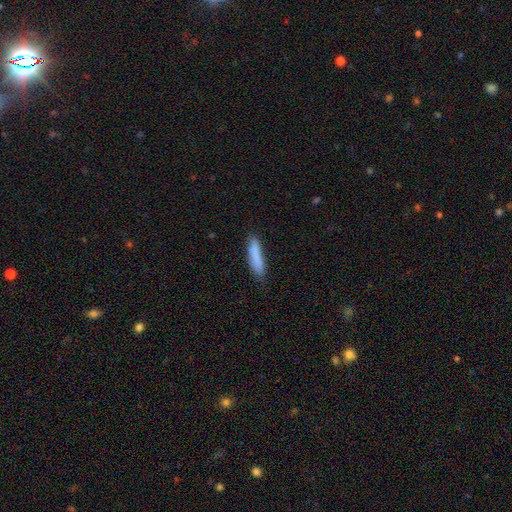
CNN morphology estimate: Smooth or featured: smooth — 85% (featured or disk — 9%)
How rounded: cigar-shaped — 77% (in between — 22%)
Merging: none — 78% (minor disturbance — 18%)